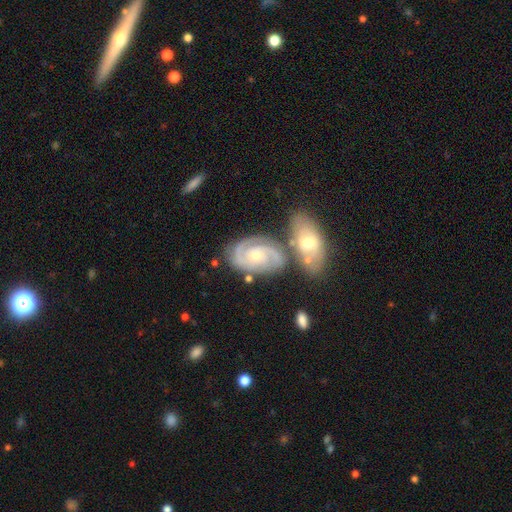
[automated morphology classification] type=featured or disk (88%); edge-on=no (97%); bar=no (70%); spiral arms=yes (97%); winding=tight (64%); arm count=2 (65%); bulge=small (49%); merging=none (62%).